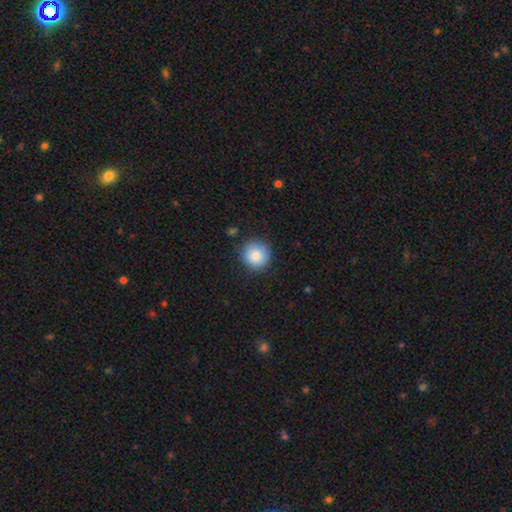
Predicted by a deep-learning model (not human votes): Overall: smooth (86%). How rounded: round (93%). Merging: none (85%).